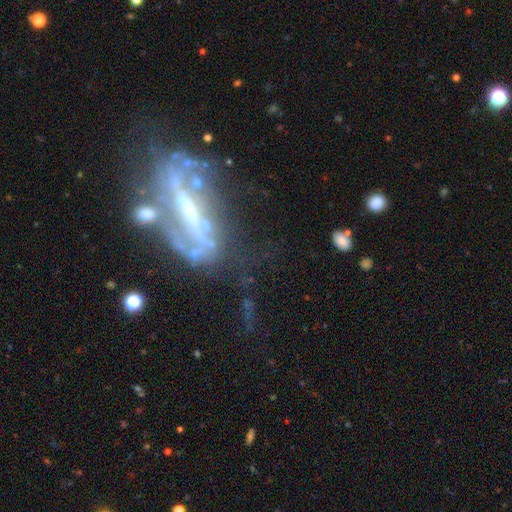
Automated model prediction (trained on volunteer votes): Overall: featured or disk (78%). Edge-on disk: no (73%). Bar: strong (61%; weak 21%). Spiral arms: yes (57%; no 43%). Bulge size: small (43%; moderate 31%). Merging: none (38%; major disturbance 30%).